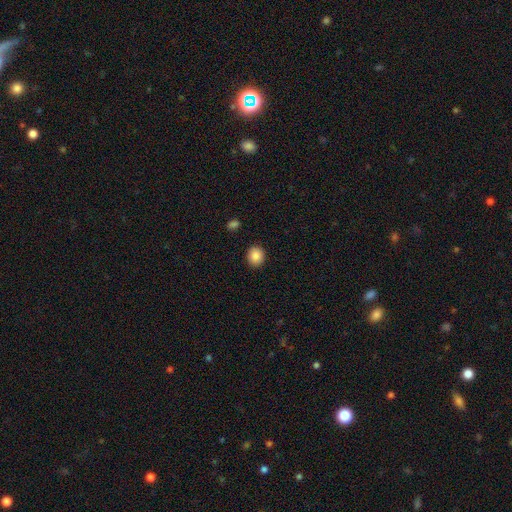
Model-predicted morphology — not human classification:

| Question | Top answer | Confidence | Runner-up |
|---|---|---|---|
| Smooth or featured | smooth | 88% | star or artifact (9%) |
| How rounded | round | 79% | in between (20%) |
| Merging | none | 91% | minor disturbance (6%) |